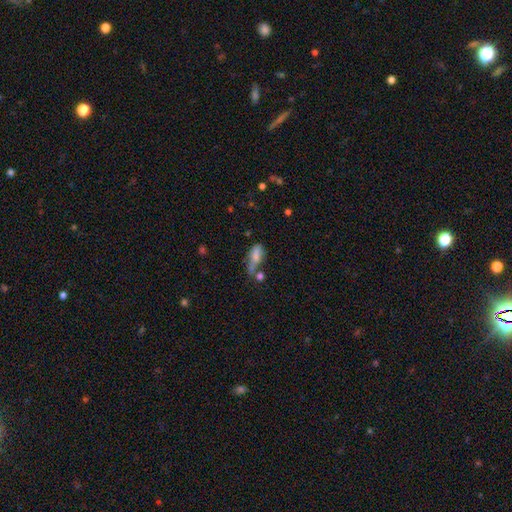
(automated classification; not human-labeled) smooth-or-featured: smooth: 69% | featured or disk: 21% | star or artifact: 10%
  how-rounded: in between: 70% | cigar-shaped: 26% | round: 4%
  merging: none: 28% | minor disturbance: 26% | merger: 25% | major disturbance: 21%